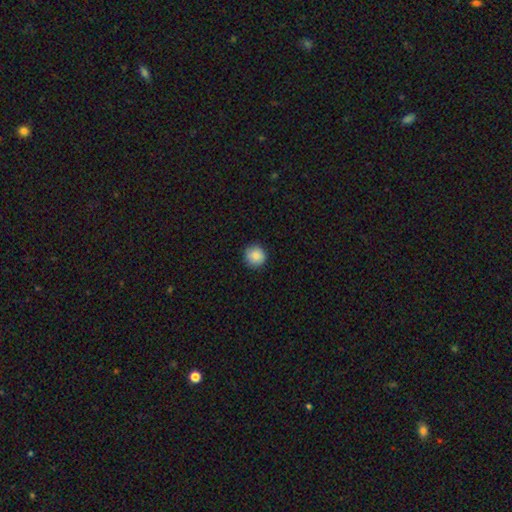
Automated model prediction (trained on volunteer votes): The model was most divided on "smooth or featured": smooth: 87%, star or artifact: 8%, featured or disk: 5%. More confident: how rounded — round (95%); merging — none (90%).